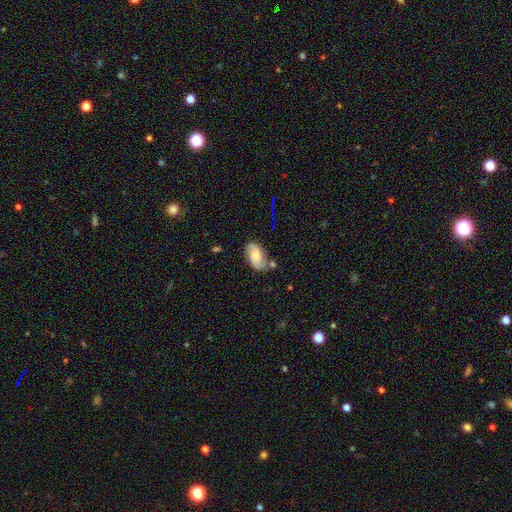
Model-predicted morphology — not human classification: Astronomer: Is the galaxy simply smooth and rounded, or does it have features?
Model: featured or disk — 64%.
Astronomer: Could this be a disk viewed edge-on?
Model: no — 96%.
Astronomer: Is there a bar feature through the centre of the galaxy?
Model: no — 61%.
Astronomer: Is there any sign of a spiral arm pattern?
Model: yes — 93%.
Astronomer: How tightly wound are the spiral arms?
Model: medium — 45% (runner-up: tight, 29%).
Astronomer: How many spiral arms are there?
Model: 2 — 86%.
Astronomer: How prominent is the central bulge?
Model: moderate — 38%, tied with small at 38%.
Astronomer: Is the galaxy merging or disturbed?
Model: none — 63%.